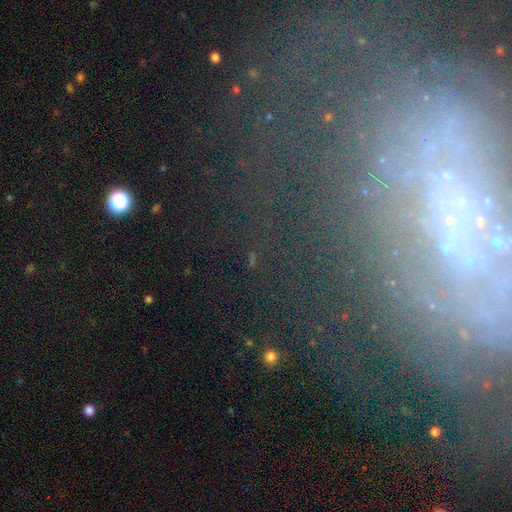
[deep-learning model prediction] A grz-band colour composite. It shows a featured or disk galaxy (59%) with no bar (69%), spiral arms (55%) and a small central bulge (46%). Merging: none (63%).